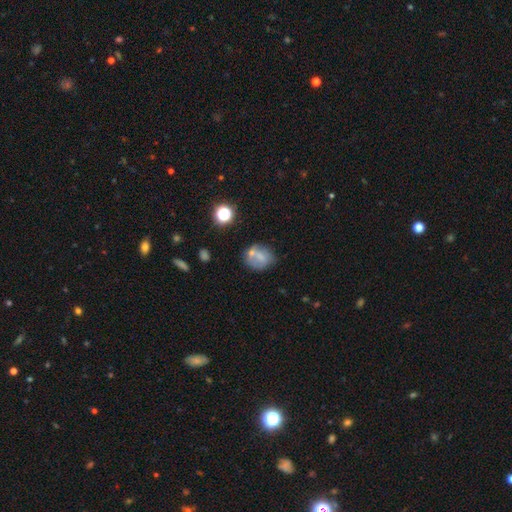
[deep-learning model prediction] smooth-or-featured: smooth: 57% | featured or disk: 28% | star or artifact: 14%
  how-rounded: round: 65% | in between: 34% | cigar-shaped: 1%
  merging: none: 53% | minor disturbance: 19% | merger: 19% | major disturbance: 9%